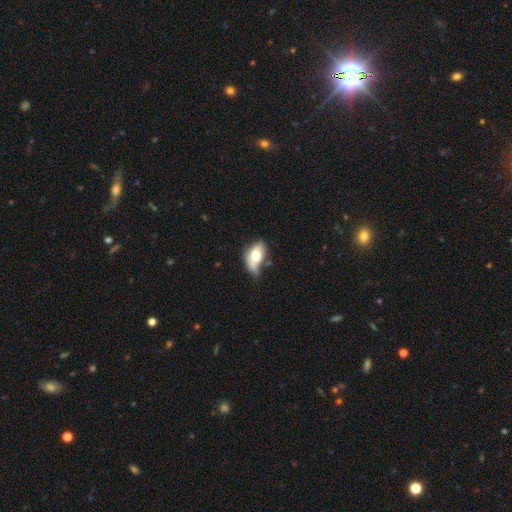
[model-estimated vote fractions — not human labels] Smooth or featured: smooth — 67% (featured or disk — 26%)
How rounded: in between — 87% (round — 10%)
Merging: minor disturbance — 37% (none — 27%)